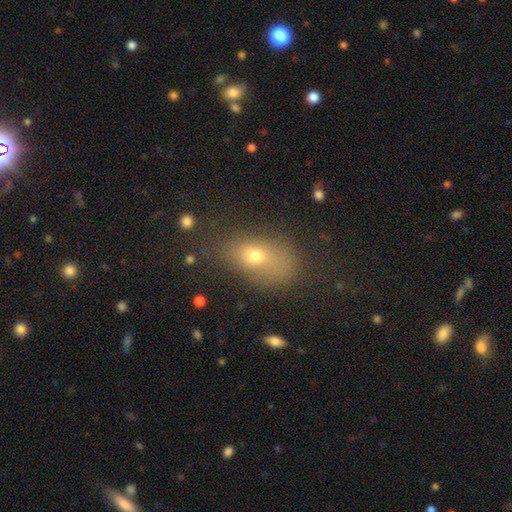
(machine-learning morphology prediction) This is likely a smooth galaxy (68%). How rounded: likely in between (78%). Merging: possibly none (56%).